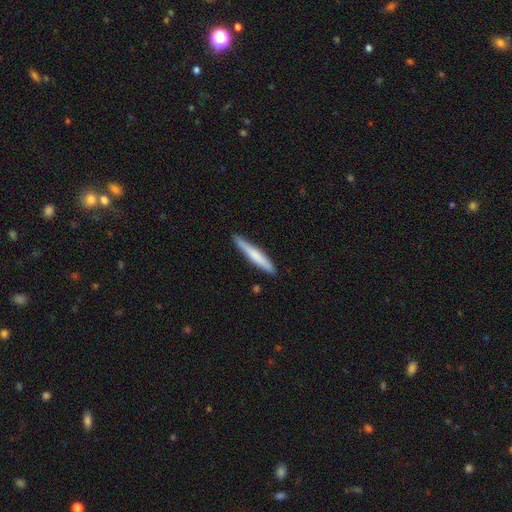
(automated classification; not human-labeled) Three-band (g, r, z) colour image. It shows a smooth galaxy with no disk features (66%) that is cigar-shaped (95%). Merging: none (89%).